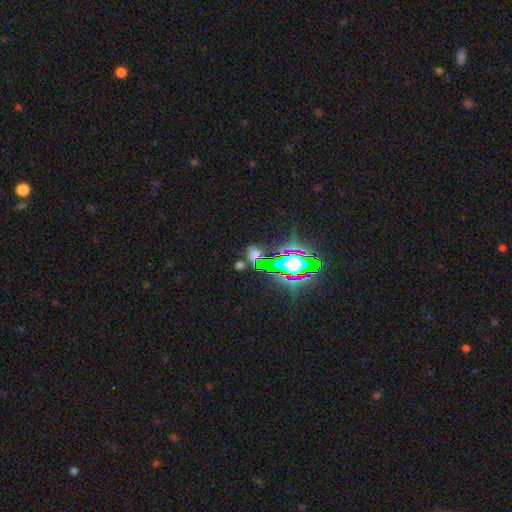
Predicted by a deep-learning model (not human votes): Overall: star or artifact (57%; smooth 31%).